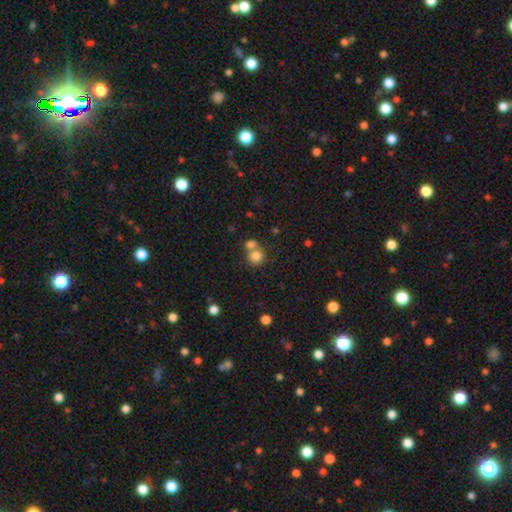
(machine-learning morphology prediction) Smooth or featured? Predicted: smooth (p=0.80). How rounded? Predicted: round (p=0.85). Merging? Predicted: none (p=0.48).